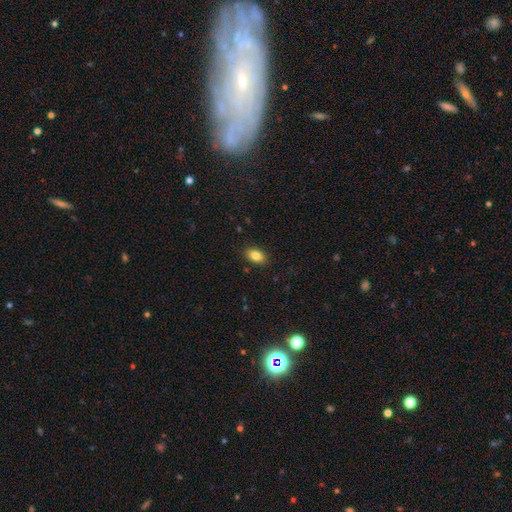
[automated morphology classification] smooth_or_featured: smooth (p=0.84) [alt: star or artifact p=0.09]
how_rounded: in between (p=0.88) [alt: round p=0.10]
merging: none (p=0.88) [alt: minor disturbance p=0.09]